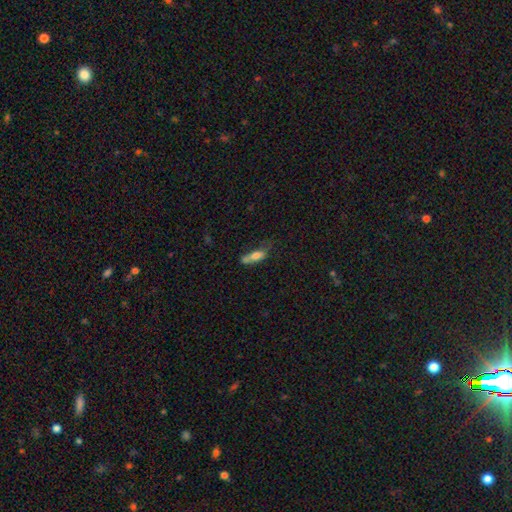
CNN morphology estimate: A smooth galaxy with no disk features (69%) that is in between round and cigar-shaped (58%). Merging: none (33%).